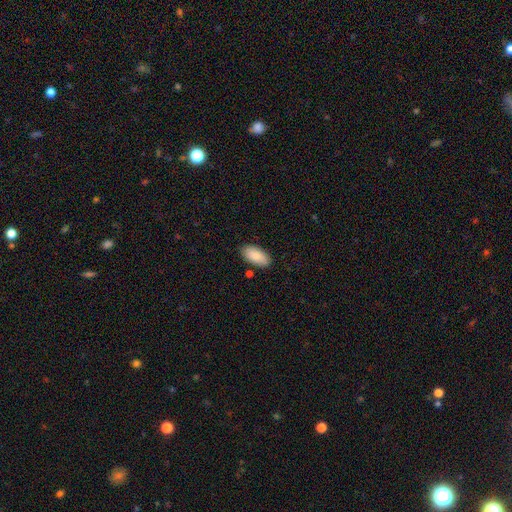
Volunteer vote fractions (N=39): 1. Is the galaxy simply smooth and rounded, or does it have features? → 90% smooth, 10% featured or disk, 0% star or artifact.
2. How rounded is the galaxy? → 97% in between, 3% cigar-shaped, 0% round.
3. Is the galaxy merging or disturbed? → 82% none, 8% minor disturbance, 5% major disturbance, 5% merger.